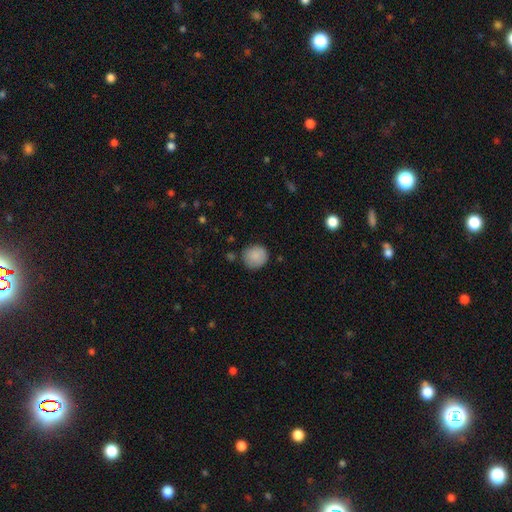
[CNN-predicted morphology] Smooth or featured? Predicted: smooth (p=0.87). How rounded? Predicted: round (p=0.87). Merging? Predicted: none (p=0.79).